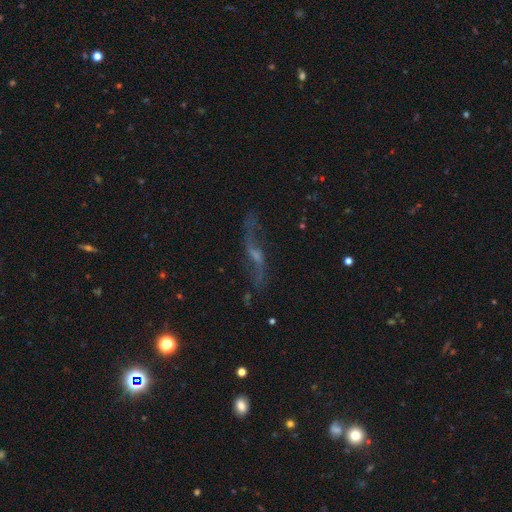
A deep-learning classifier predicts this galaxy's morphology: featured or disk 75%, star or artifact 14%, smooth 11%. Down the decision tree: edge-on disk — no (75%); bar — no (43%); spiral arms — yes (88%); bulge size — small (49%); merging — none (71%).